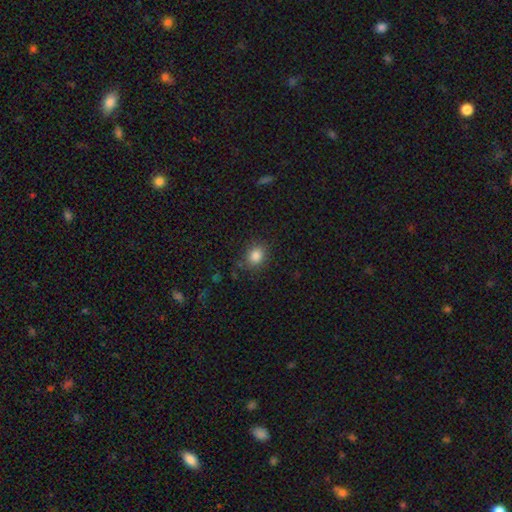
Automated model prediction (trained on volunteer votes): This is clearly a smooth galaxy (84%). How rounded: likely round (65%). Merging: clearly none (82%).